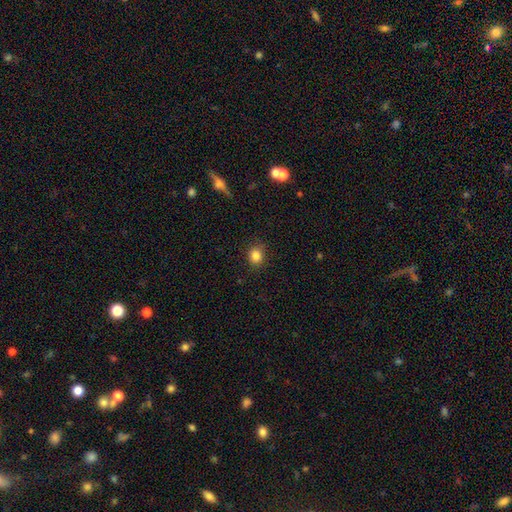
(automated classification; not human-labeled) This appears to be a smooth galaxy with no disk features (84%) that is round (73%). Merging: none (86%).